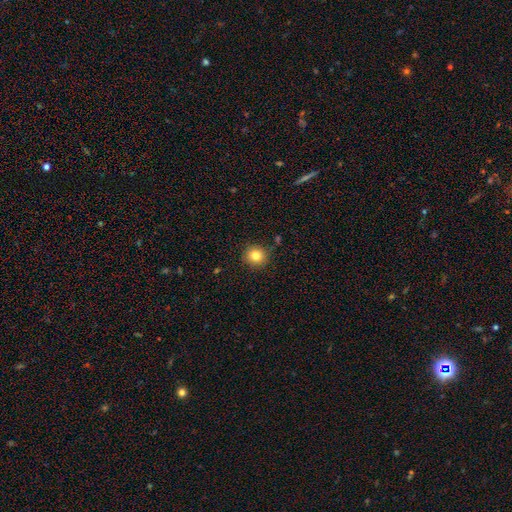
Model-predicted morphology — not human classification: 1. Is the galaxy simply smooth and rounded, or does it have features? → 81% smooth, 11% star or artifact, 7% featured or disk.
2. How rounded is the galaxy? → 91% round, 8% in between, 1% cigar-shaped.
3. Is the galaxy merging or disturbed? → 87% none, 9% minor disturbance, 2% major disturbance, 2% merger.